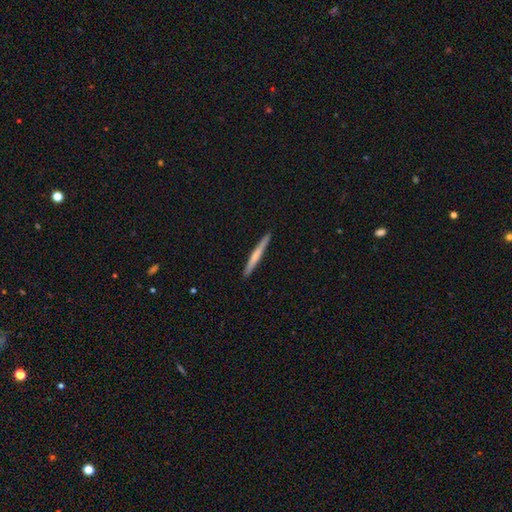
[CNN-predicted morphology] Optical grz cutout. It shows a smooth galaxy with no disk features (57%) that is cigar-shaped (96%). Merging: none (91%).